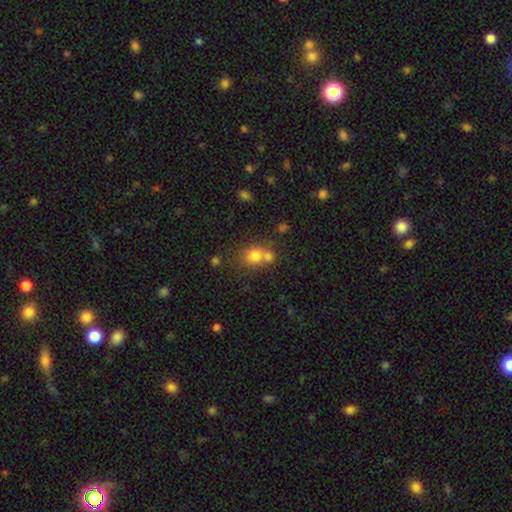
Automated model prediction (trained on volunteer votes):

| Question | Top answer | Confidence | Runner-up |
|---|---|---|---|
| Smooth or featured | smooth | 77% | star or artifact (12%) |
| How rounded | round | 70% | in between (29%) |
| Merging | none | 45% | merger (41%) |